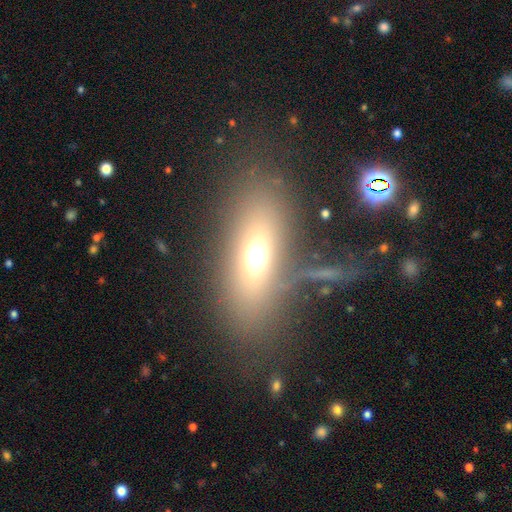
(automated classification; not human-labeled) The model was most divided on "smooth or featured": smooth: 59%, featured or disk: 23%, star or artifact: 18%. More confident: how rounded — in between (73%); merging — none (69%).